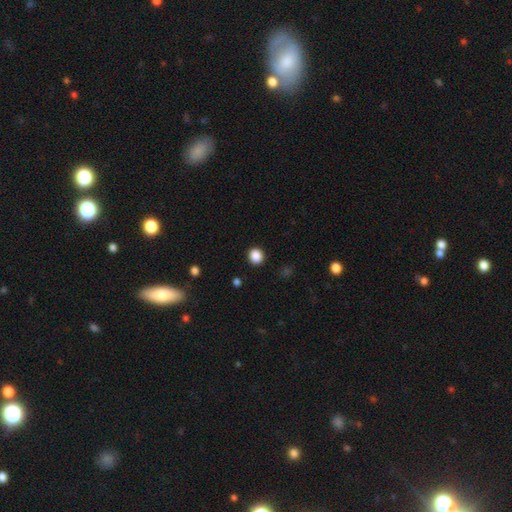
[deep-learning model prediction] The model was most divided on "how rounded": round: 84%, in between: 15%, cigar-shaped: 1%. More confident: merging — none (91%); smooth or featured — smooth (87%).